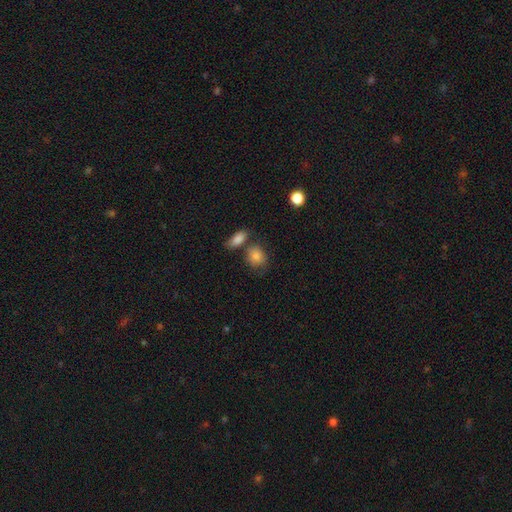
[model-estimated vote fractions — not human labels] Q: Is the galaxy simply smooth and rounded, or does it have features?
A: smooth — 80%.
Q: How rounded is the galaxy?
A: round — 58%.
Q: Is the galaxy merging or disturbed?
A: none — 58%.